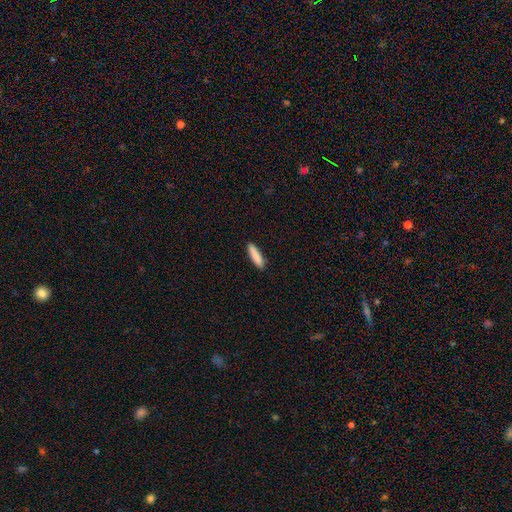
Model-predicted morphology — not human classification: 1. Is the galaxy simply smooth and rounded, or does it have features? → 87% smooth, 7% featured or disk, 6% star or artifact.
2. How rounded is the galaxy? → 80% cigar-shaped, 19% in between, 1% round.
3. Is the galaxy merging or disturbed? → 90% none, 8% minor disturbance, 2% major disturbance, 1% merger.